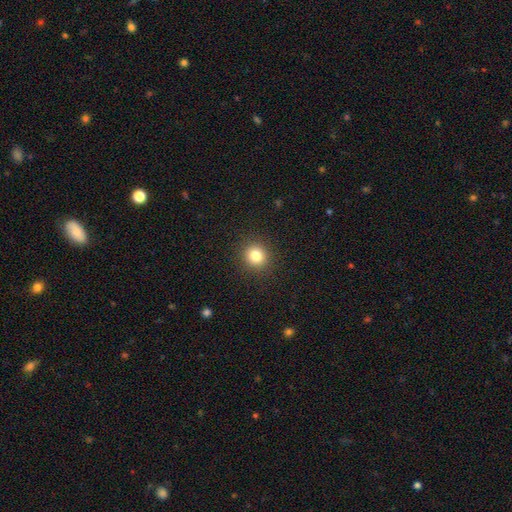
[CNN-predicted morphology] A smooth galaxy with no disk features (82%) that is round (90%).

Vote fractions:
- Smooth or featured? smooth: 82% / star or artifact: 12% / featured or disk: 6%
- How rounded? round: 90% / in between: 9% / cigar-shaped: 1%
- Merging? none: 91% / minor disturbance: 5% / major disturbance: 2% / merger: 1%